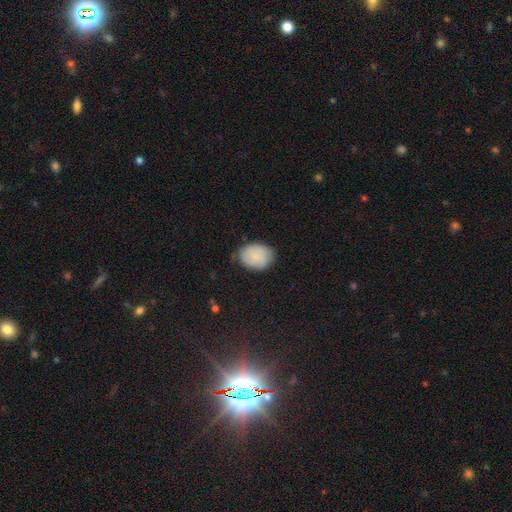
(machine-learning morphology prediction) This appears to be a smooth galaxy with no disk features (77%) that is in between round and cigar-shaped (66%). Merging: none (71%).